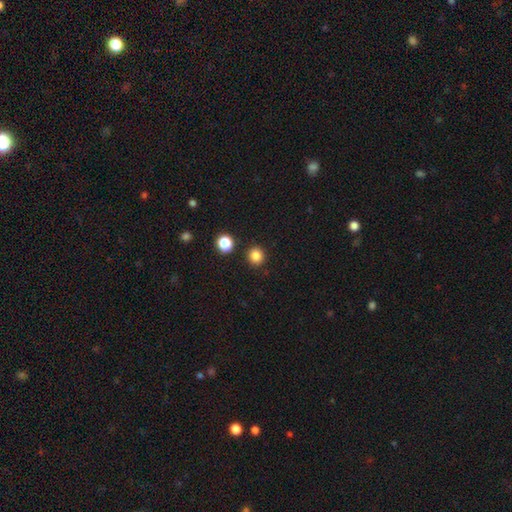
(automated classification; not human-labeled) Smooth or featured? Predicted: smooth (p=0.84). How rounded? Predicted: round (p=0.91). Merging? Predicted: none (p=0.90).